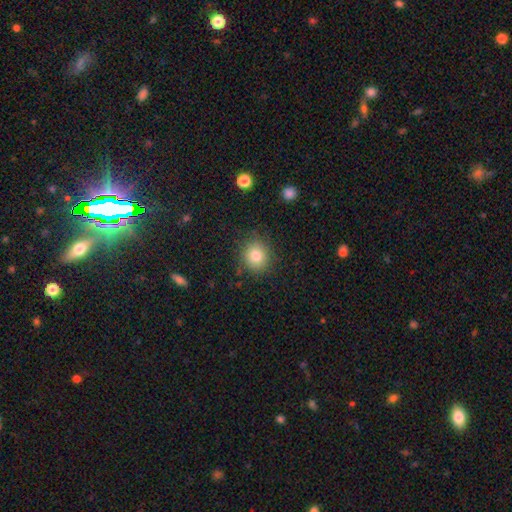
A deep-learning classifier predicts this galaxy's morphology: smooth_or_featured: smooth (p=0.81) [alt: star or artifact p=0.11]
how_rounded: round (p=0.83) [alt: in between p=0.16]
merging: none (p=0.85) [alt: minor disturbance p=0.11]